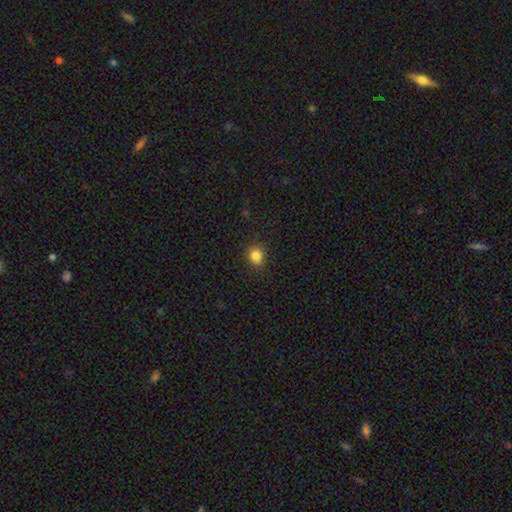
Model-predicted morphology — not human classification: Smooth or featured? Predicted: smooth (p=0.84). How rounded? Predicted: round (p=0.70). Merging? Predicted: none (p=0.87).